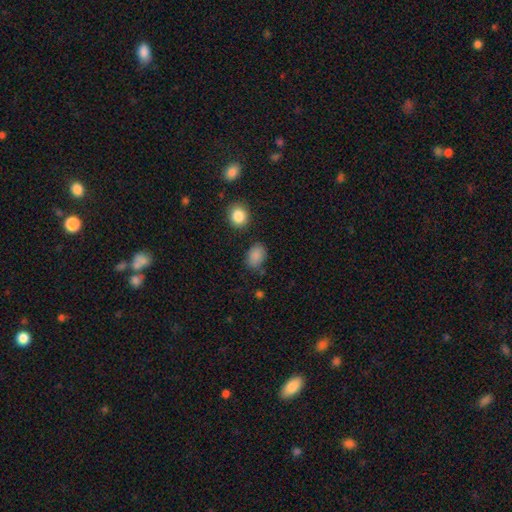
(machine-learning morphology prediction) Q: Smooth or featured?
A: smooth (86%); runner-up: star or artifact (10%)
Q: How rounded?
A: in between (79%); runner-up: round (20%)
Q: Merging?
A: none (76%); runner-up: minor disturbance (15%)